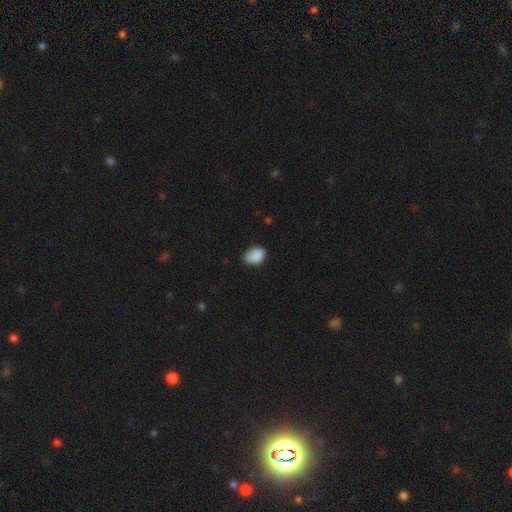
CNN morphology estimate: The model was most divided on "merging": none: 66%, minor disturbance: 29%, major disturbance: 4%, merger: 1%. More confident: smooth or featured — smooth (88%); how rounded — in between (80%).